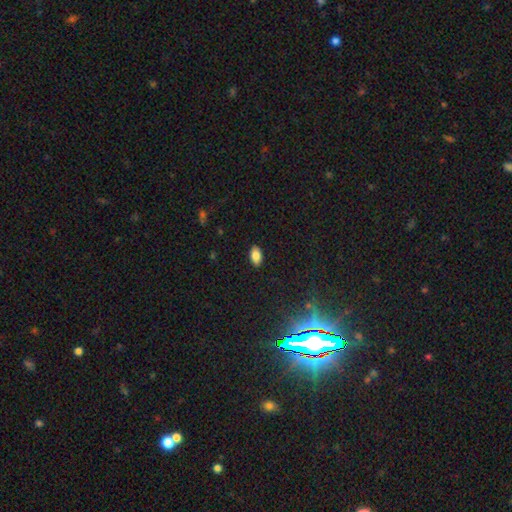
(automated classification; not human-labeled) smooth-or-featured: smooth: 84% | star or artifact: 9% | featured or disk: 7%
  how-rounded: in between: 92% | round: 6% | cigar-shaped: 2%
  merging: none: 89% | minor disturbance: 8% | major disturbance: 2% | merger: 1%